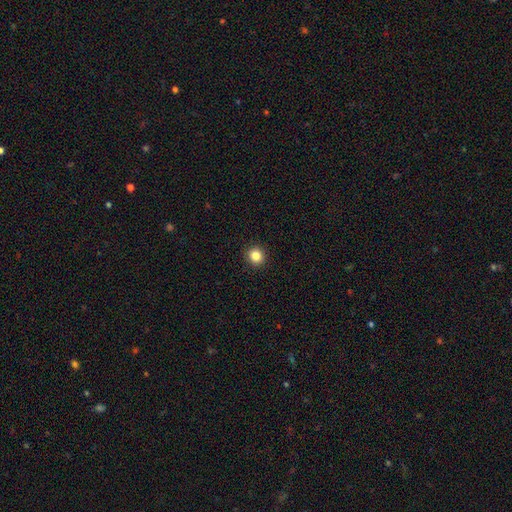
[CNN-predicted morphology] type=smooth (84%); roundness=round (91%); merging=none (93%).